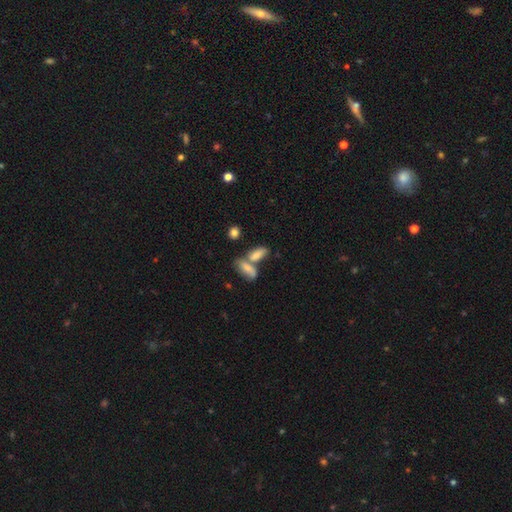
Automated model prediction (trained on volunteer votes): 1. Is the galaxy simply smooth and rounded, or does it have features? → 70% smooth, 19% featured or disk, 11% star or artifact.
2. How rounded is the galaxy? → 77% in between, 17% cigar-shaped, 6% round.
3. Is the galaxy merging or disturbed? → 48% merger, 36% none, 10% minor disturbance, 5% major disturbance.